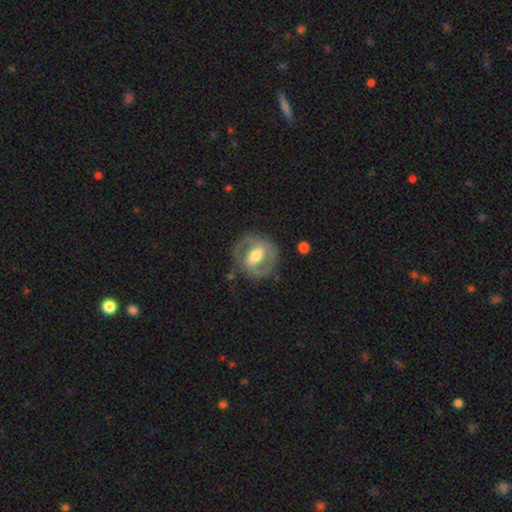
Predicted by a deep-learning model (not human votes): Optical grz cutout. It shows a featured or disk galaxy (78%) with a strong bar (51%), 2 (85%) medium (48%) spiral arms (75%) and a moderate central bulge (69%). Merging: none (78%).